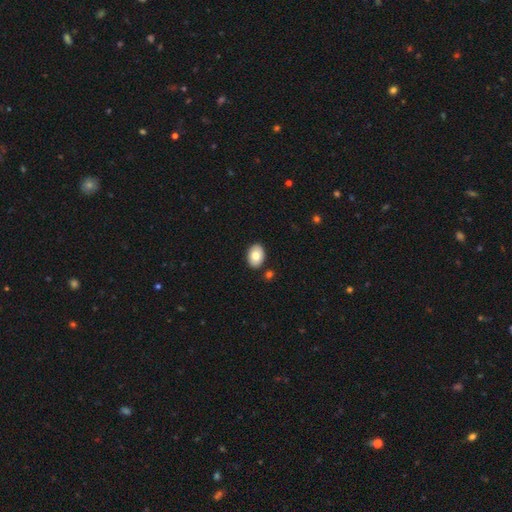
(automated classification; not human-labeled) Q: Smooth or featured?
A: smooth (79%); runner-up: featured or disk (15%)
Q: How rounded?
A: in between (81%); runner-up: round (18%)
Q: Merging?
A: none (87%); runner-up: minor disturbance (8%)